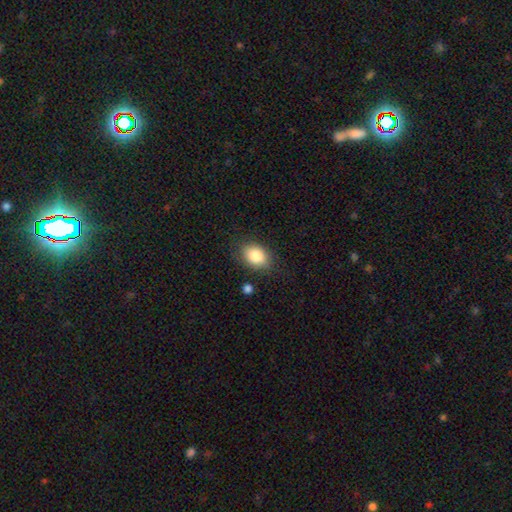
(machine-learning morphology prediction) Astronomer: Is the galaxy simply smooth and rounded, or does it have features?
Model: smooth — 85%.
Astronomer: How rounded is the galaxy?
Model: in between — 74%.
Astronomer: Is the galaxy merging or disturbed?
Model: none — 81%.